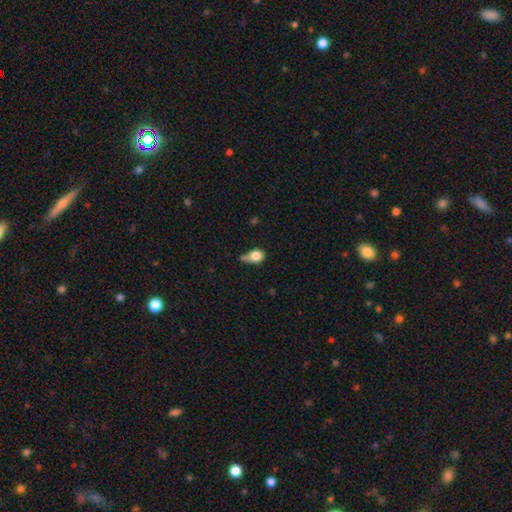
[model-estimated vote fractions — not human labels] Morphology: type=smooth (78%); roundness=in between (54%); merging=minor disturbance (39%).